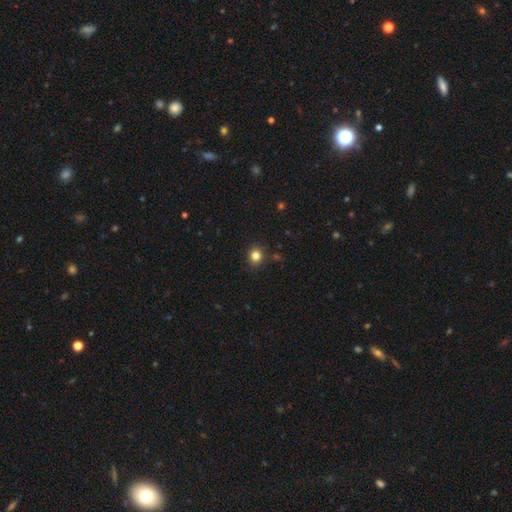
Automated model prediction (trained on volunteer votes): A smooth galaxy with no disk features (82%) that is round (82%).

Vote fractions:
- Smooth or featured? smooth: 82% / star or artifact: 13% / featured or disk: 5%
- How rounded? round: 82% / in between: 17% / cigar-shaped: 1%
- Merging? none: 88% / minor disturbance: 8% / major disturbance: 2% / merger: 2%